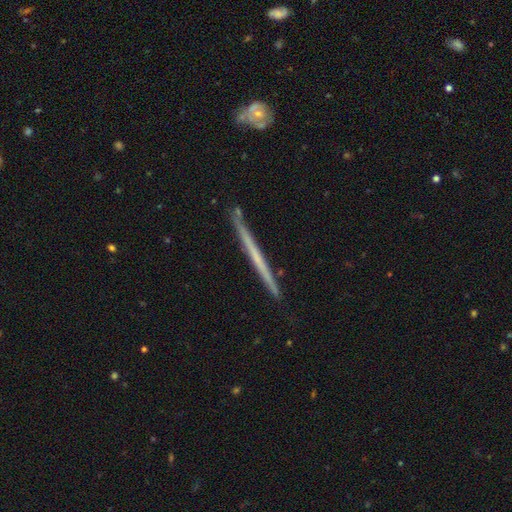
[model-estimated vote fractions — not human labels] A featured or disk galaxy (60%) viewed edge-on (97%) with no central bulge (90%). Merging: none (89%).